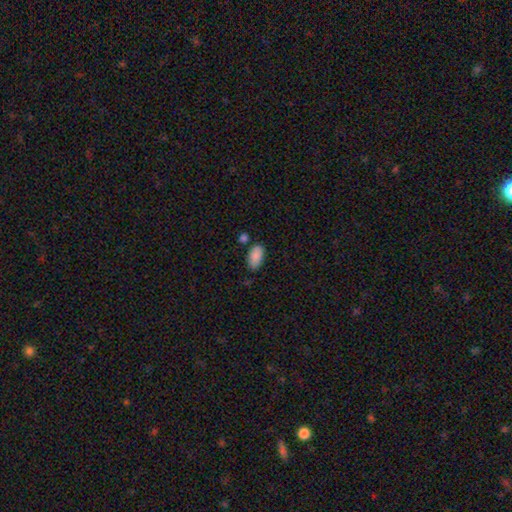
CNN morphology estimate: type=smooth (89%); roundness=in between (94%); merging=none (73%).